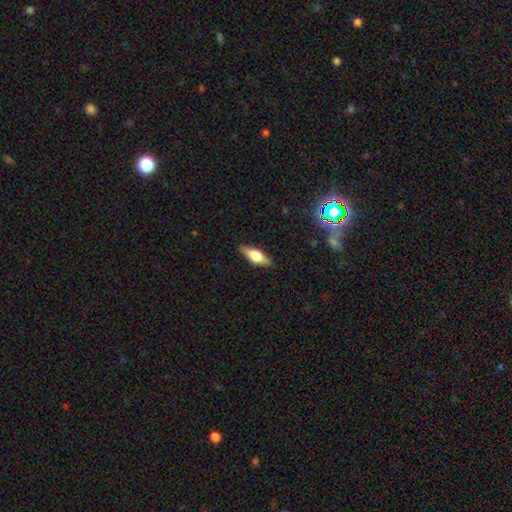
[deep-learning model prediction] featured or disk 49%, smooth 44%, star or artifact 7%. Down the decision tree: merging — none (86%).